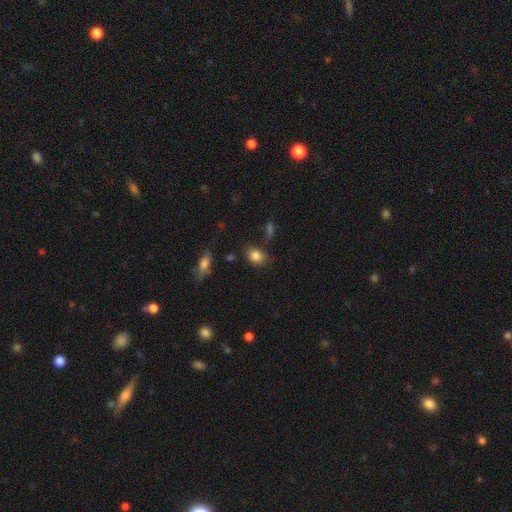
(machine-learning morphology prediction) smooth_or_featured: smooth (p=0.84) [alt: star or artifact p=0.09]
how_rounded: in between (p=0.58) [alt: round p=0.40]
merging: none (p=0.73) [alt: minor disturbance p=0.17]